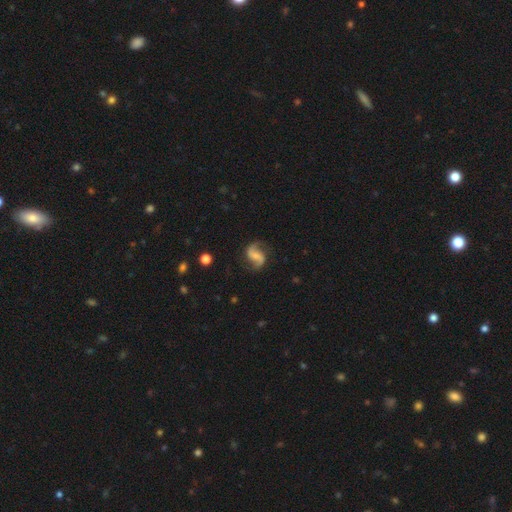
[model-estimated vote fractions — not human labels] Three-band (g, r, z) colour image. It shows a featured or disk galaxy (84%) with a weak bar (40%), 2 (93%) loose (64%) spiral arms (96%) and a small central bulge (44%). Merging: none (78%).